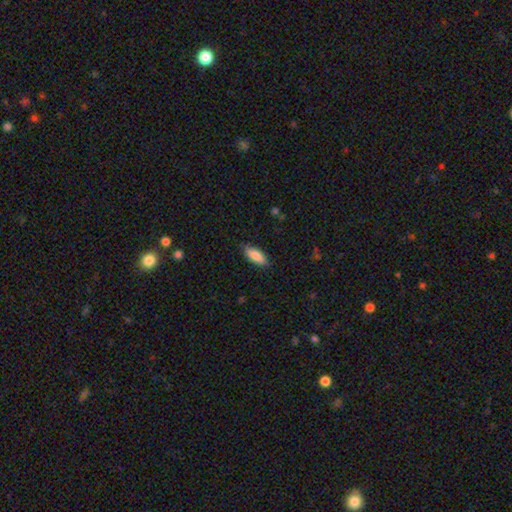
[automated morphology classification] Smooth or featured? Predicted: smooth (p=0.86). How rounded? Predicted: in between (p=0.79). Merging? Predicted: none (p=0.83).